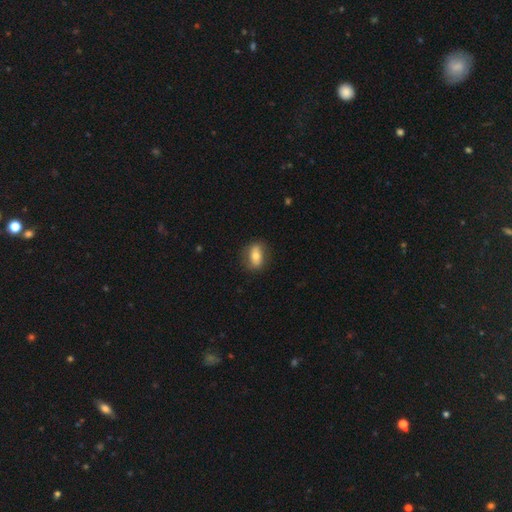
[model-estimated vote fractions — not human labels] smooth 69%, featured or disk 24%, star or artifact 7%. Down the decision tree: how rounded — in between (81%); merging — none (80%).